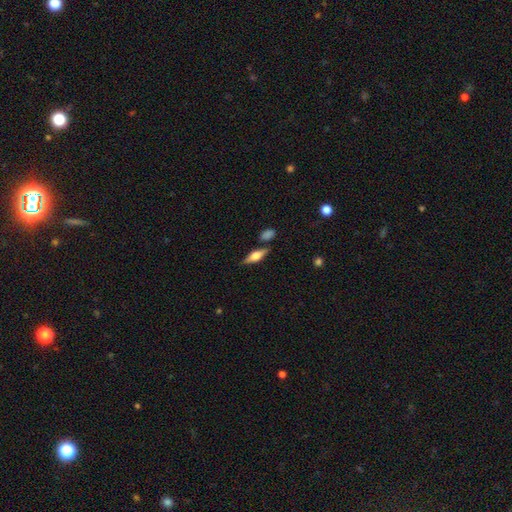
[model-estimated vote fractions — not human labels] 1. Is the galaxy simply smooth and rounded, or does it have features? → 55% featured or disk, 38% smooth, 7% star or artifact.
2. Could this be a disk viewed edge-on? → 94% yes, 6% no.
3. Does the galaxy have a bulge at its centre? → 87% rounded, 11% boxy, 2% none.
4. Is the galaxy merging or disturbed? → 79% none, 11% minor disturbance, 6% merger, 3% major disturbance.